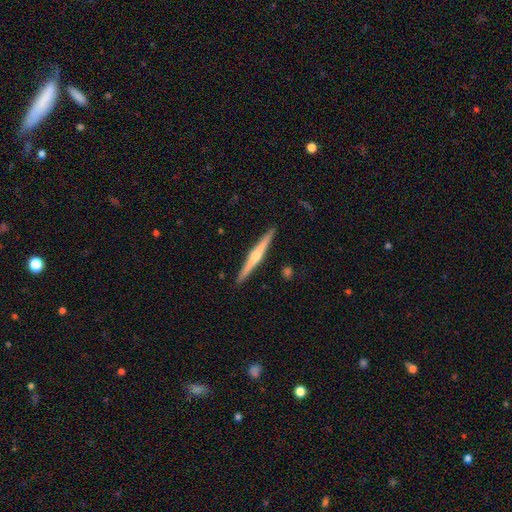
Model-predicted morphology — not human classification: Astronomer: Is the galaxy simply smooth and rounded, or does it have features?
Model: featured or disk — 72%.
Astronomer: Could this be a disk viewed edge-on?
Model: yes — 98%.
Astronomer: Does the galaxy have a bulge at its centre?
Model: rounded — 84%.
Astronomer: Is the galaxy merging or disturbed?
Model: none — 92%.